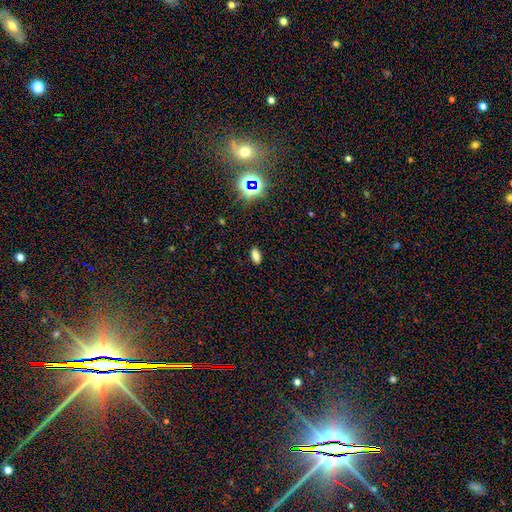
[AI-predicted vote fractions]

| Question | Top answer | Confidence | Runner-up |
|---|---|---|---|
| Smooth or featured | smooth | 80% | star or artifact (15%) |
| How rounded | in between | 89% | cigar-shaped (6%) |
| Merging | none | 88% | minor disturbance (8%) |